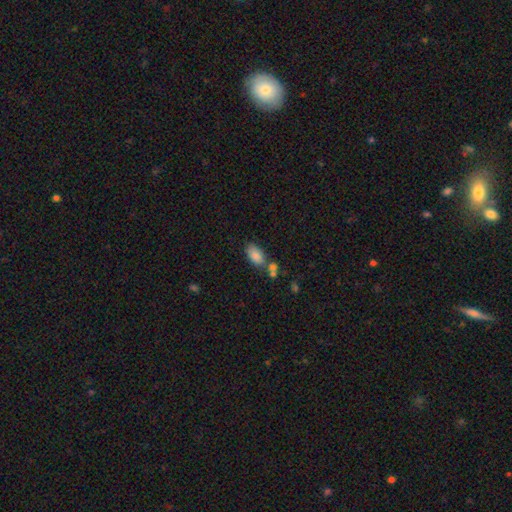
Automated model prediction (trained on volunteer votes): Morphology: type=smooth (84%); roundness=in between (92%); merging=none (56%).